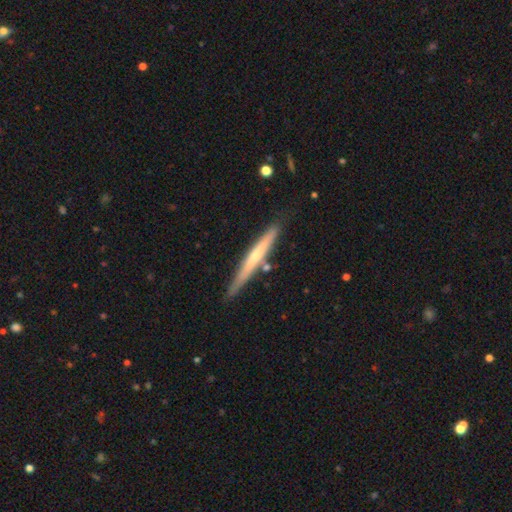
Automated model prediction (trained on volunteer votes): Smooth or featured: featured or disk — 55% (smooth — 39%)
Edge-on disk: yes — 95% (no — 5%)
Edge-on bulge: none — 52% (rounded — 42%)
Merging: none — 81% (minor disturbance — 13%)